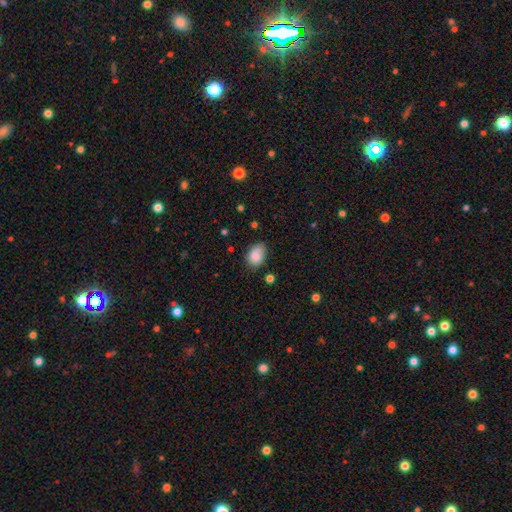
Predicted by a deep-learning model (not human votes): smooth_or_featured: smooth (p=0.84) [alt: star or artifact p=0.09]
how_rounded: in between (p=0.79) [alt: round p=0.20]
merging: none (p=0.62) [alt: minor disturbance p=0.29]